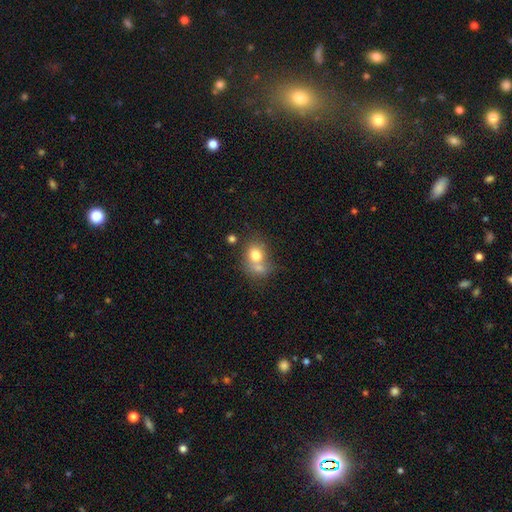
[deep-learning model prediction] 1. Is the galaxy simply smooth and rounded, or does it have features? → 74% smooth, 16% featured or disk, 10% star or artifact.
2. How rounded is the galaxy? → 61% round, 38% in between, 1% cigar-shaped.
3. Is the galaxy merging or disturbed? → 50% merger, 33% none, 11% minor disturbance, 6% major disturbance.